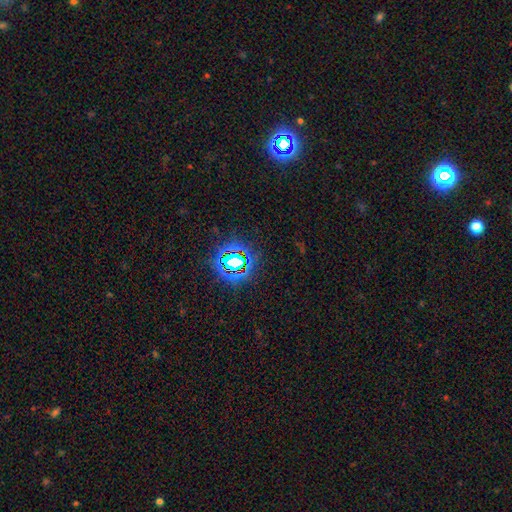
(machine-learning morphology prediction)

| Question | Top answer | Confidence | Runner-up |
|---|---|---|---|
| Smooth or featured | star or artifact | 70% | smooth (22%) |